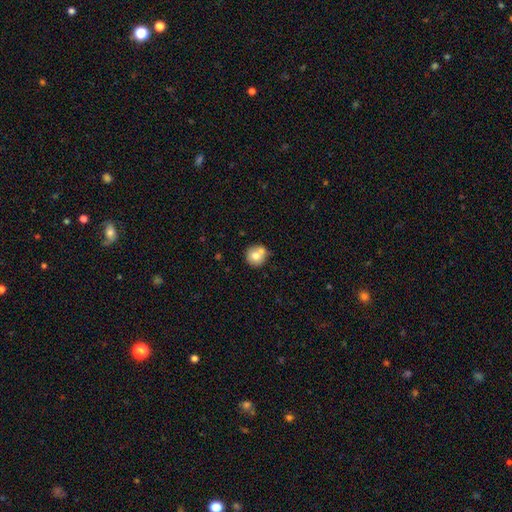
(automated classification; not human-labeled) Overall: smooth (73%). How rounded: round (91%). Merging: none (55%; merger 31%).